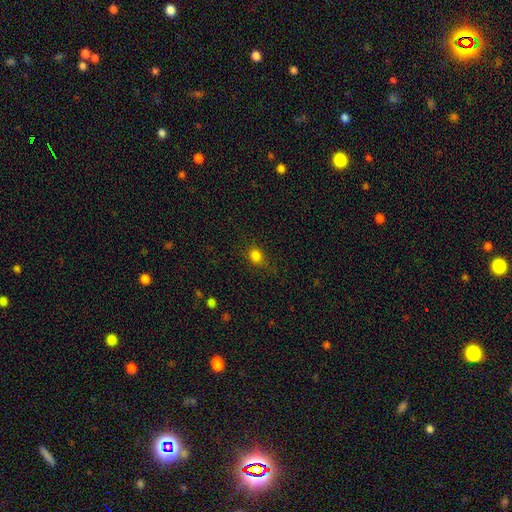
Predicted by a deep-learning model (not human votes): Smooth or featured? smooth (81%)
How rounded? round (67%)
Merging? none (73%)